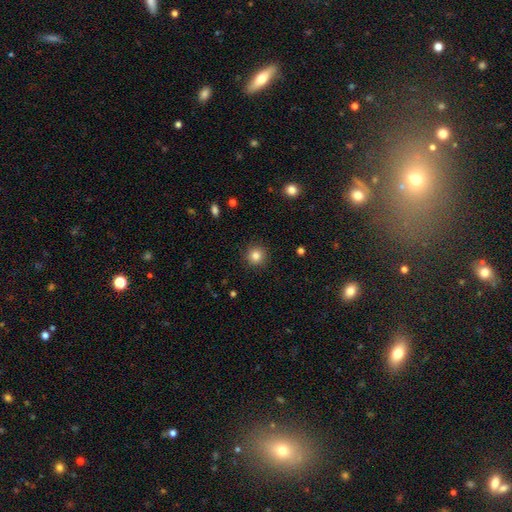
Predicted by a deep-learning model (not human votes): Q: Smooth or featured?
A: smooth (83%); runner-up: star or artifact (11%)
Q: How rounded?
A: round (95%); runner-up: in between (4%)
Q: Merging?
A: none (92%); runner-up: minor disturbance (6%)